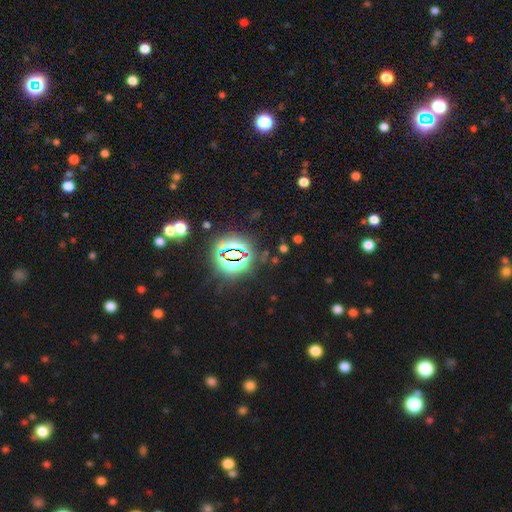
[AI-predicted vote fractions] A star or artifact, not a galaxy (82%).